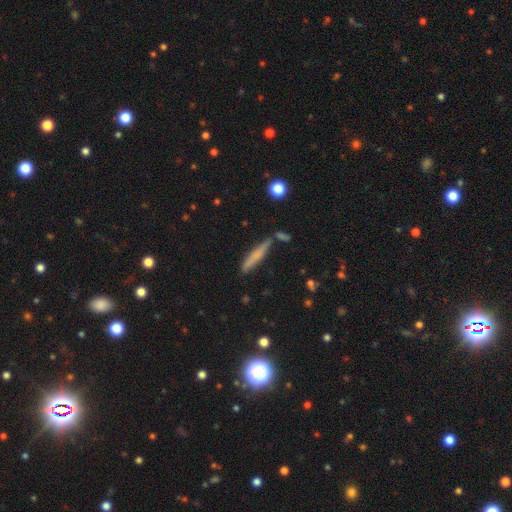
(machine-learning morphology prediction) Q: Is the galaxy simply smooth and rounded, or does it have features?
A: smooth — 57%.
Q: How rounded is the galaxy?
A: cigar-shaped — 92%.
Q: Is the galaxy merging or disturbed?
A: none — 78%.